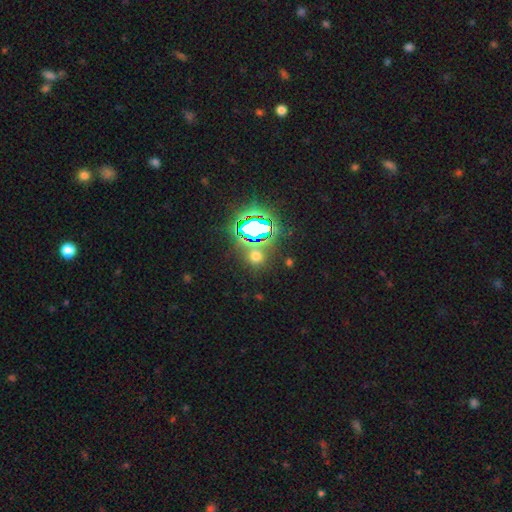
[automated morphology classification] Smooth or featured? star or artifact (49%)